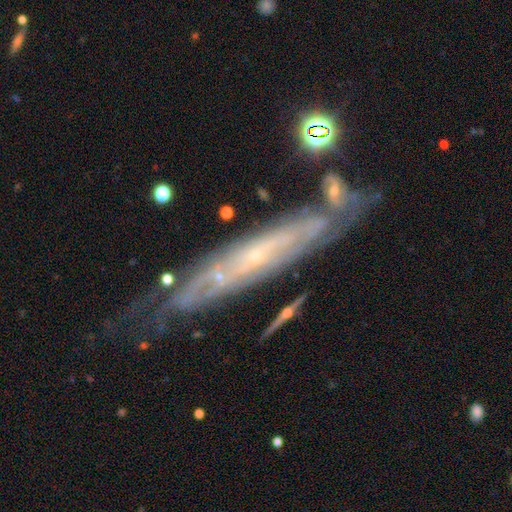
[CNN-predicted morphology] Overall: featured or disk (80%). Edge-on disk: no (60%; yes 40%). Merging: none (67%).